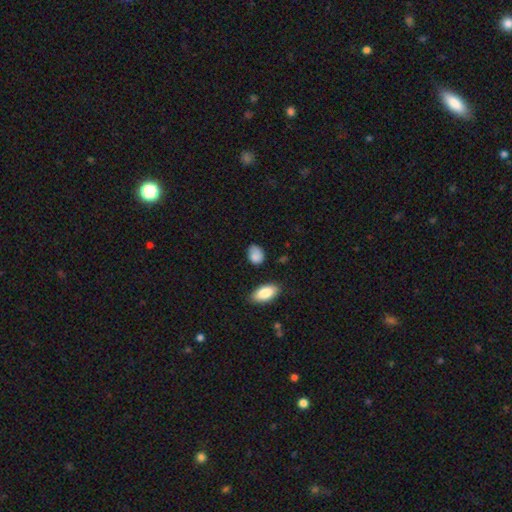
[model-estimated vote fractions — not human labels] smooth 86%, star or artifact 8%, featured or disk 6%. Down the decision tree: how rounded — in between (70%); merging — none (62%).